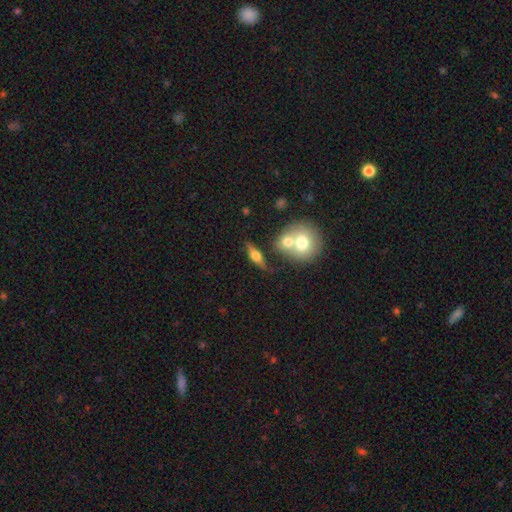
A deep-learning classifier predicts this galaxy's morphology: This appears to be a featured or disk galaxy (51%) viewed edge-on (81%). Merging: none (62%).